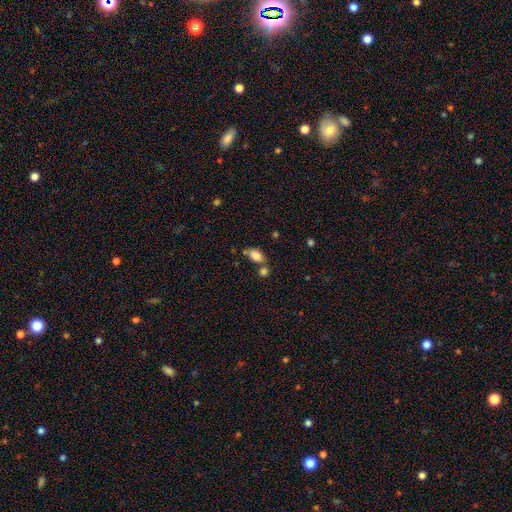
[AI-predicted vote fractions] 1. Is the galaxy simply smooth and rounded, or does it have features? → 84% smooth, 9% star or artifact, 6% featured or disk.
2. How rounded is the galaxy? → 88% in between, 10% round, 2% cigar-shaped.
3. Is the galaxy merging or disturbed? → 51% none, 28% merger, 15% minor disturbance, 6% major disturbance.